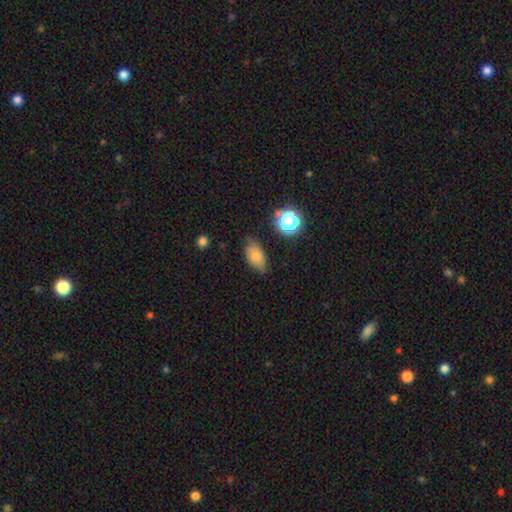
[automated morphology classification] Smooth or featured? Predicted: smooth (p=0.75). How rounded? Predicted: in between (p=0.88). Merging? Predicted: none (p=0.69).